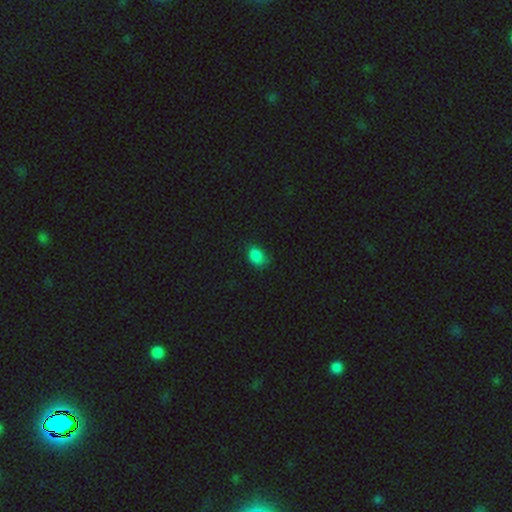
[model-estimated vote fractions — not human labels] Q: Smooth or featured?
A: smooth (84%); runner-up: star or artifact (12%)
Q: How rounded?
A: in between (70%); runner-up: round (29%)
Q: Merging?
A: none (66%); runner-up: minor disturbance (27%)